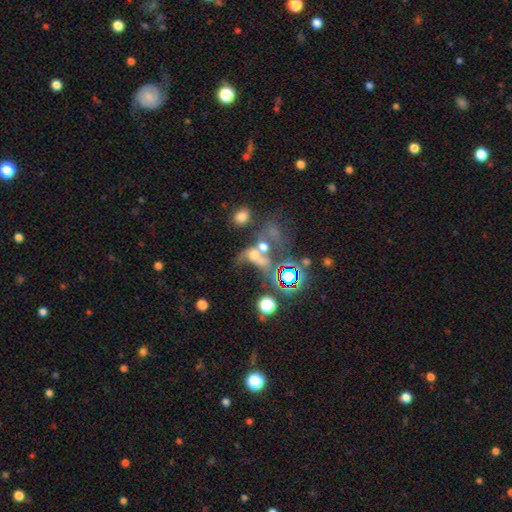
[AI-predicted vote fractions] This appears to be a featured or disk galaxy (36%). Merging: merger (57%).